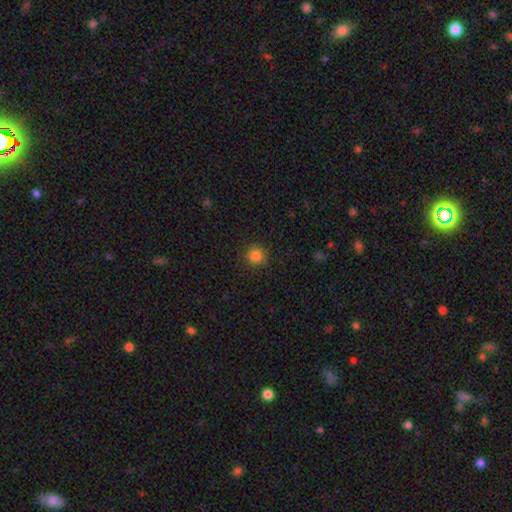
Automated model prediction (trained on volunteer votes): Smooth or featured? Predicted: smooth (p=0.84). How rounded? Predicted: round (p=0.94). Merging? Predicted: none (p=0.91).